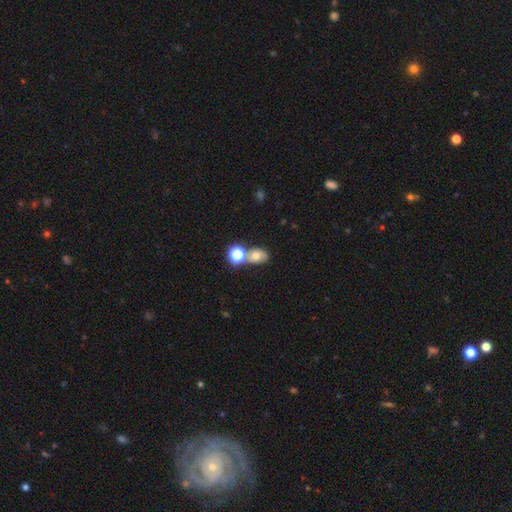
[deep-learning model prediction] Q: Smooth or featured?
A: smooth (59%); runner-up: featured or disk (24%)
Q: How rounded?
A: in between (63%); runner-up: round (35%)
Q: Merging?
A: none (48%); runner-up: merger (33%)